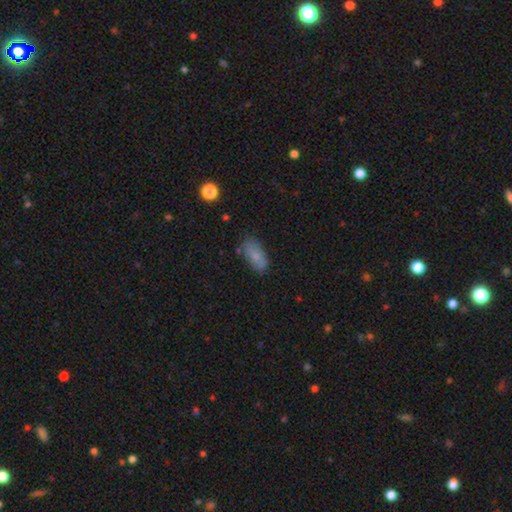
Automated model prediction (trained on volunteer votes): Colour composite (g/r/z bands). It shows a smooth galaxy with no disk features (77%) that is in between round and cigar-shaped (86%). Merging: none (74%).